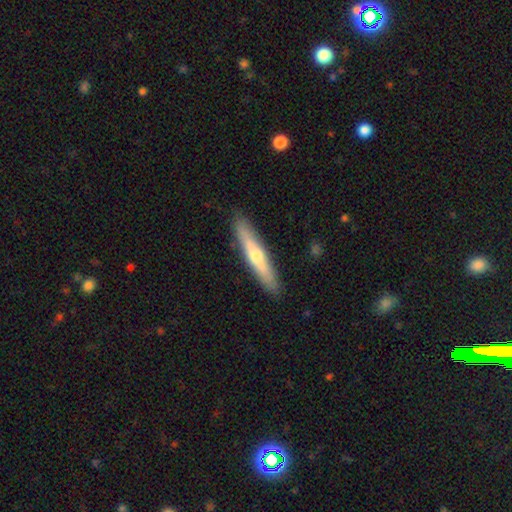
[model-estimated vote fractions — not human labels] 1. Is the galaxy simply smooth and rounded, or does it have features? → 48% featured or disk, 46% smooth, 6% star or artifact.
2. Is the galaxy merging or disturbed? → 90% none, 8% minor disturbance, 2% major disturbance, 1% merger.